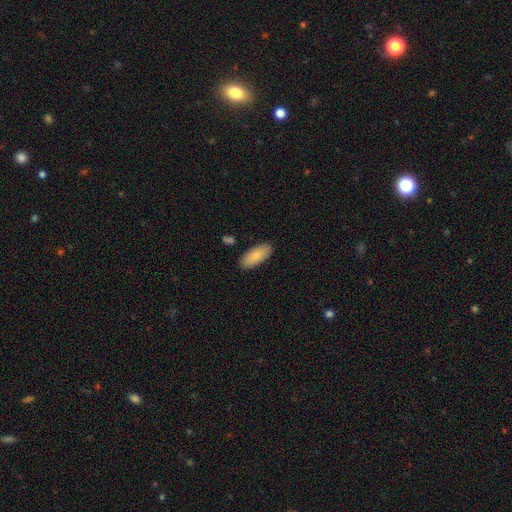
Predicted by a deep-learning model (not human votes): Overall: smooth (84%). How rounded: in between (87%). Merging: none (87%).